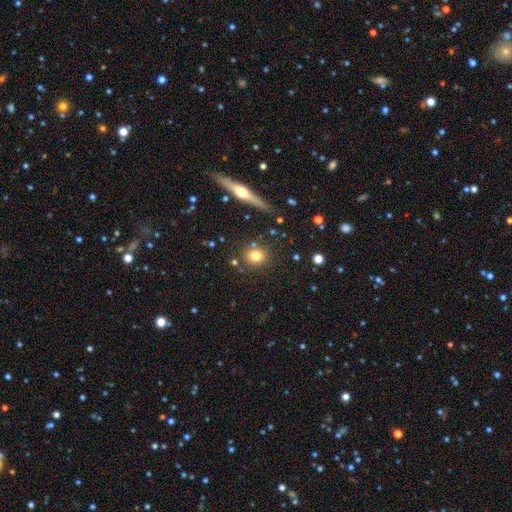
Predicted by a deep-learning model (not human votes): Smooth or featured?
  - smooth: 77% *
  - star or artifact: 12%
  - featured or disk: 12%
How rounded?
  - round: 77% *
  - in between: 20%
  - cigar-shaped: 2%
Merging?
  - none: 82% *
  - minor disturbance: 9%
  - merger: 6%
  - major disturbance: 3%